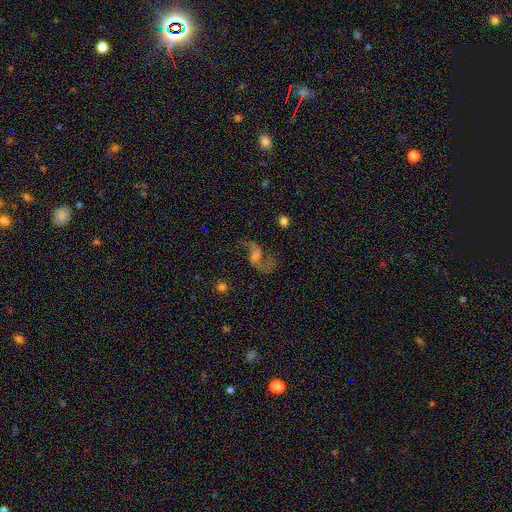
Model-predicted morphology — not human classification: Smooth or featured? featured or disk (80%)
Edge-on disk? no (97%)
Bar? no (44%)
Spiral arms? yes (94%)
Spiral winding? loose (78%)
Spiral arm count? 2 (89%)
Bulge size? small (33%)
Merging? none (61%)